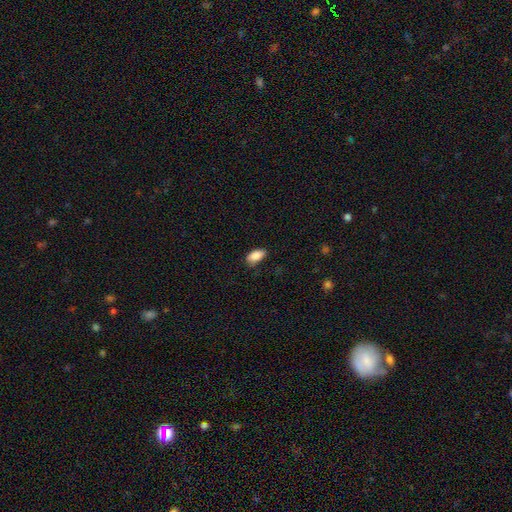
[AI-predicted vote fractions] This appears to be a smooth galaxy with no disk features (88%) that is in between round and cigar-shaped (92%). Merging: none (74%).